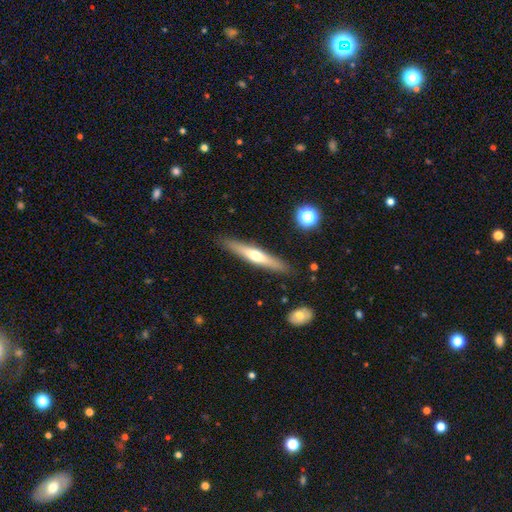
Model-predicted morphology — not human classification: Smooth or featured? featured or disk (51%)
Edge-on disk? yes (92%)
Merging? none (89%)